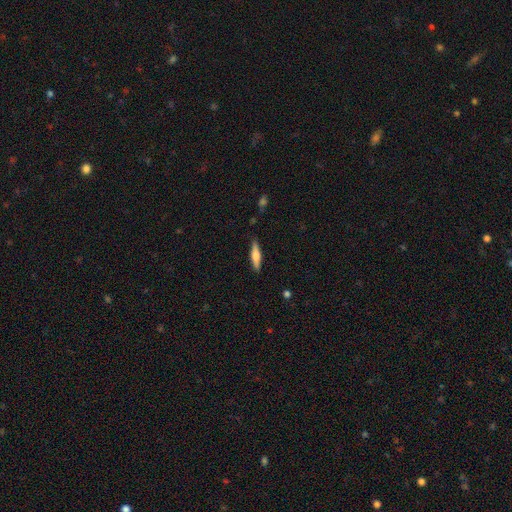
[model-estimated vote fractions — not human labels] smooth 54%, featured or disk 40%, star or artifact 6%. Down the decision tree: how rounded — cigar-shaped (77%); merging — none (87%).